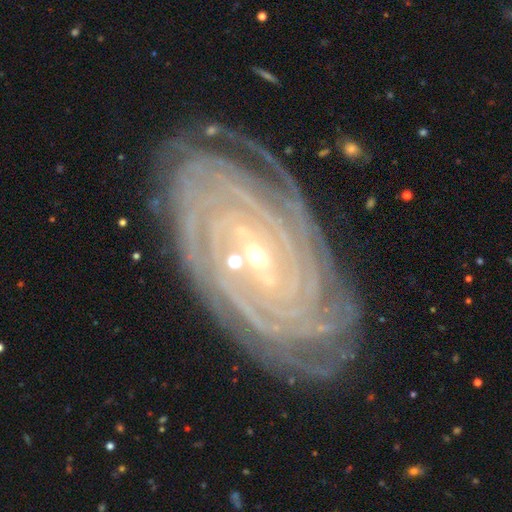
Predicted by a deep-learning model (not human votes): Smooth or featured? Predicted: featured or disk (p=0.90). Edge-on disk? Predicted: no (p=0.95). Bar? Predicted: weak (p=0.41). Spiral arms? Predicted: yes (p=0.98). Spiral winding? Predicted: tight (p=0.88). Spiral arm count? Predicted: more than 4 (p=0.31). Bulge size? Predicted: small (p=0.66). Merging? Predicted: none (p=0.84).